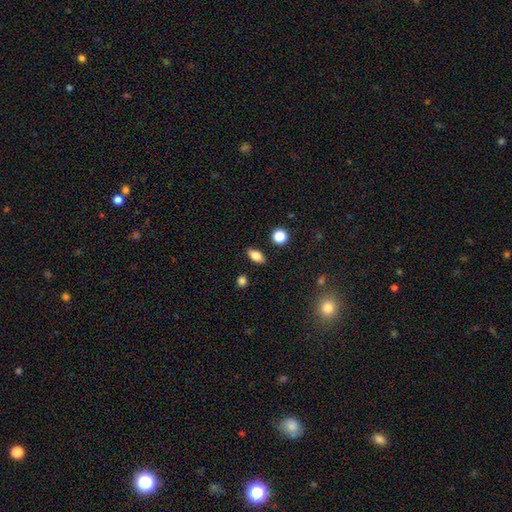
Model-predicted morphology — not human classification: smooth-or-featured: smooth: 80% | featured or disk: 11% | star or artifact: 9%
  how-rounded: in between: 84% | round: 10% | cigar-shaped: 6%
  merging: none: 86% | minor disturbance: 9% | merger: 2% | major disturbance: 2%